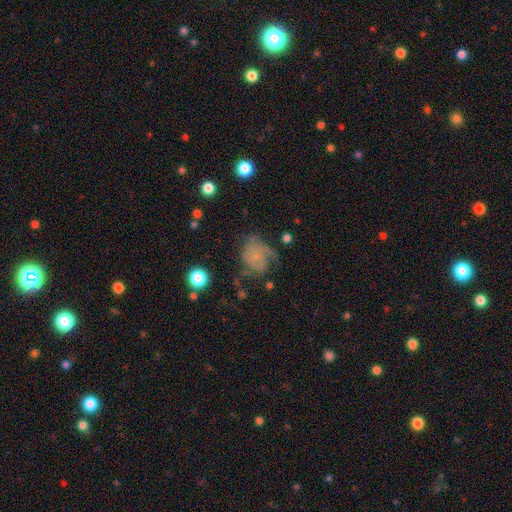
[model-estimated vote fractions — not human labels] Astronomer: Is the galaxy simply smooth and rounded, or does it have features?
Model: featured or disk — 55% (runner-up: smooth, 33%).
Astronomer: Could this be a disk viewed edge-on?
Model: no — 98%.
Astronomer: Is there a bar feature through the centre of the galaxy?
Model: no — 82%.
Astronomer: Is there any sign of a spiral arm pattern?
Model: yes — 78%.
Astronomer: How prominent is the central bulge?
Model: small — 66%.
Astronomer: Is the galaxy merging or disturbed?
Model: none — 41% (runner-up: major disturbance, 29%).